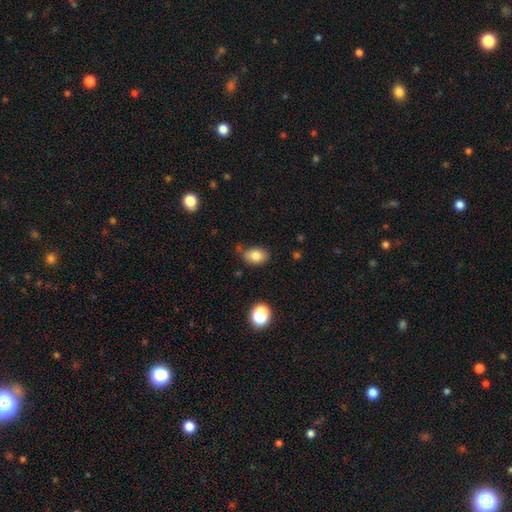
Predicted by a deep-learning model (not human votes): smooth-or-featured: smooth: 81% | star or artifact: 10% | featured or disk: 9%
  how-rounded: in between: 82% | round: 17% | cigar-shaped: 1%
  merging: none: 76% | minor disturbance: 16% | merger: 4% | major disturbance: 3%